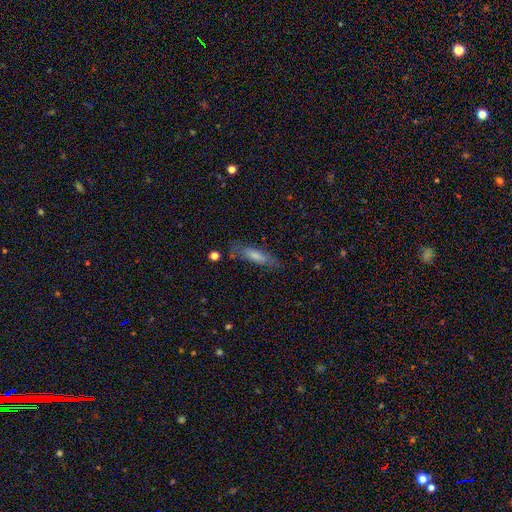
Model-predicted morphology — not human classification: Overall: smooth (71%). How rounded: cigar-shaped (66%; in between 32%). Merging: none (74%).